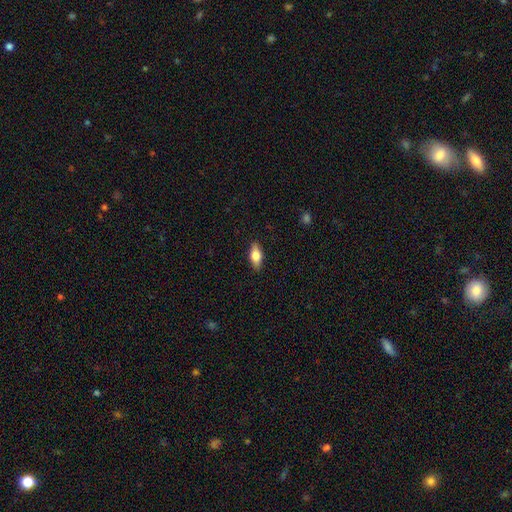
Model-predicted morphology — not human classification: Q: Smooth or featured?
A: smooth (66%); runner-up: featured or disk (27%)
Q: How rounded?
A: in between (79%); runner-up: cigar-shaped (17%)
Q: Merging?
A: none (88%); runner-up: minor disturbance (9%)